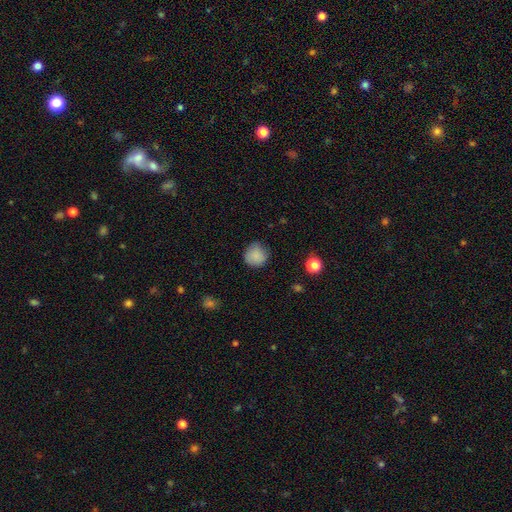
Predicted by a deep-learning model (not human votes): Smooth or featured? smooth (84%)
How rounded? round (89%)
Merging? none (75%)